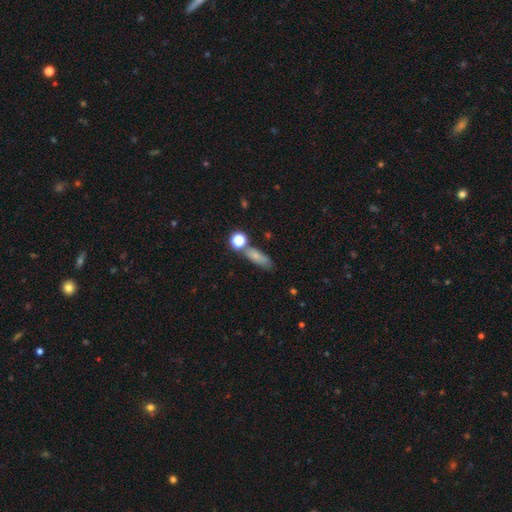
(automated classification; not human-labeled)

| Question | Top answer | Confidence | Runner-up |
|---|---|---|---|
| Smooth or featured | smooth | 72% | star or artifact (14%) |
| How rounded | in between | 50% | cigar-shaped (40%) |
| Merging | none | 59% | minor disturbance (19%) |